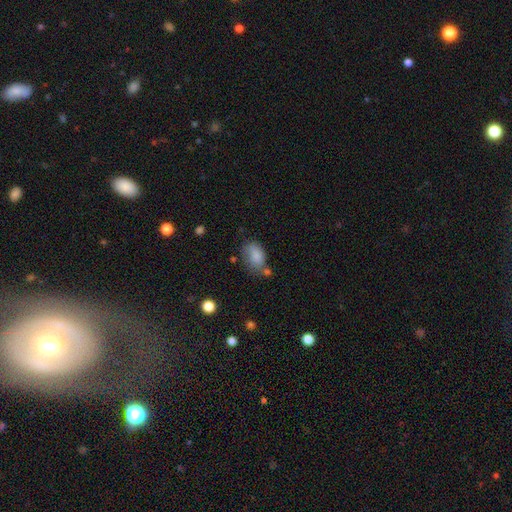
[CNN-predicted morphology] The model was most divided on "merging": none: 47%, minor disturbance: 29%, merger: 13%, major disturbance: 12%. More confident: how rounded — in between (84%); smooth or featured — smooth (82%).